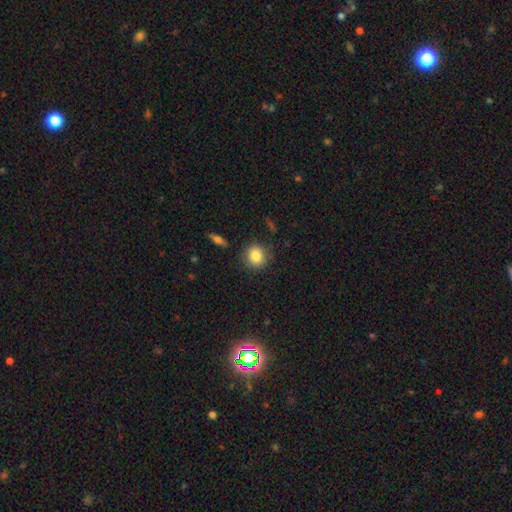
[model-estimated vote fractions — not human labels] Q: Smooth or featured?
A: smooth (84%); runner-up: star or artifact (9%)
Q: How rounded?
A: round (82%); runner-up: in between (17%)
Q: Merging?
A: none (84%); runner-up: minor disturbance (11%)